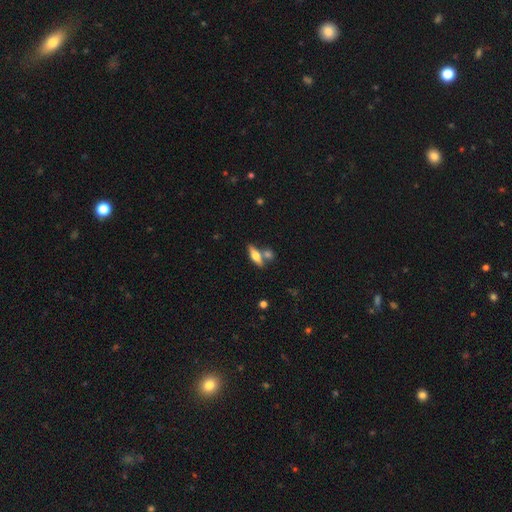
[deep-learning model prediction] Overall: smooth (49%; featured or disk 43%). Merging: none (64%).